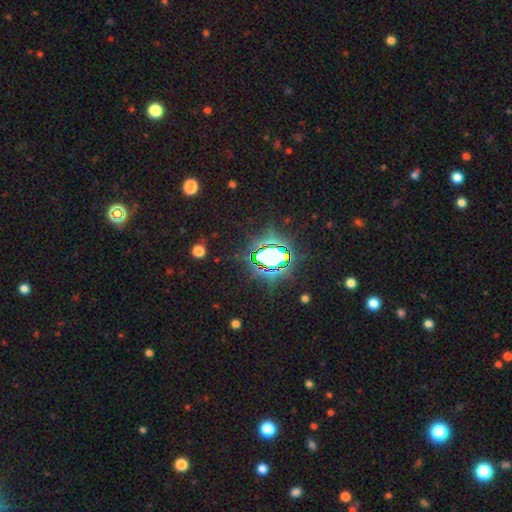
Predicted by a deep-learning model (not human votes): The model was most divided on "smooth or featured": star or artifact: 80%, smooth: 12%, featured or disk: 8%.